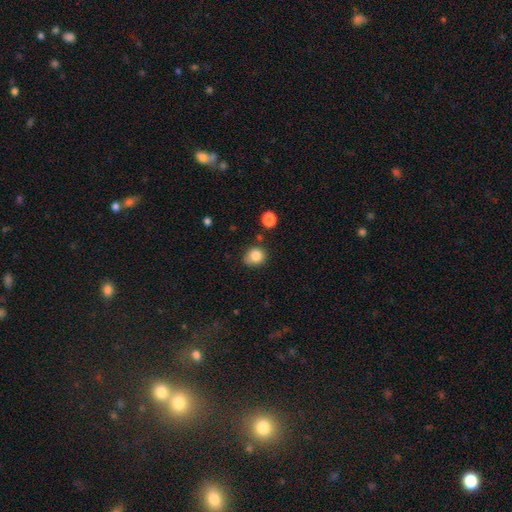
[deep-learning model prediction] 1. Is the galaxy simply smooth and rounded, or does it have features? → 83% smooth, 11% star or artifact, 7% featured or disk.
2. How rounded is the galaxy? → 74% round, 25% in between, 1% cigar-shaped.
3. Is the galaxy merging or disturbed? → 70% none, 21% minor disturbance, 5% merger, 4% major disturbance.